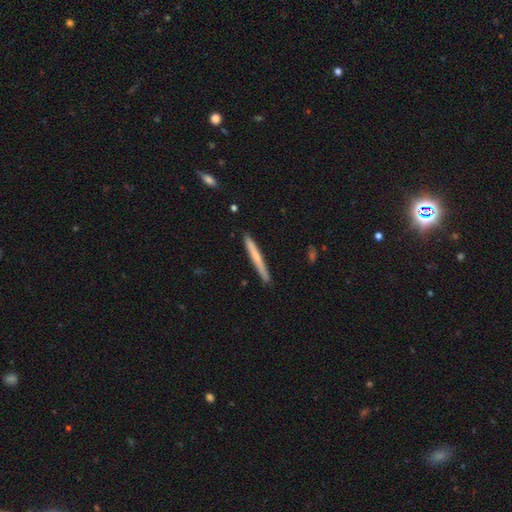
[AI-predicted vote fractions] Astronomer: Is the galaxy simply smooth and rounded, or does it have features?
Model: smooth — 60%.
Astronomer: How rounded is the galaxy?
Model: cigar-shaped — 97%.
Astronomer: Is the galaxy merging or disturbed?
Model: none — 90%.